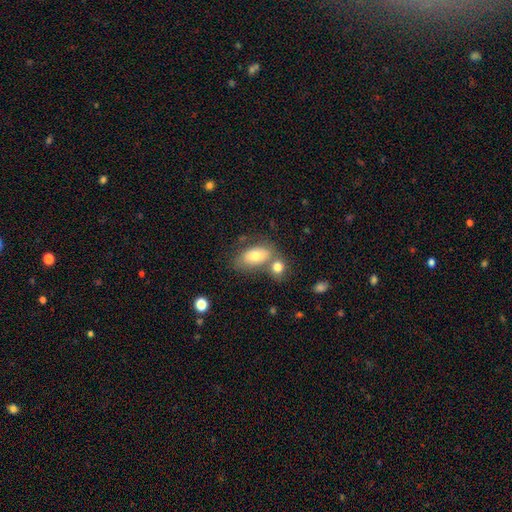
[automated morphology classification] Smooth or featured: smooth — 73% (featured or disk — 19%)
How rounded: in between — 90% (round — 6%)
Merging: none — 49% (merger — 31%)